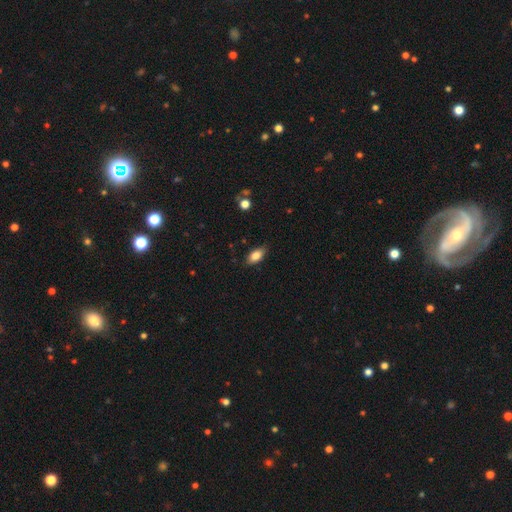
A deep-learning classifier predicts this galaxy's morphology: Smooth or featured: smooth — 80% (featured or disk — 12%)
How rounded: in between — 88% (cigar-shaped — 7%)
Merging: none — 84% (minor disturbance — 13%)